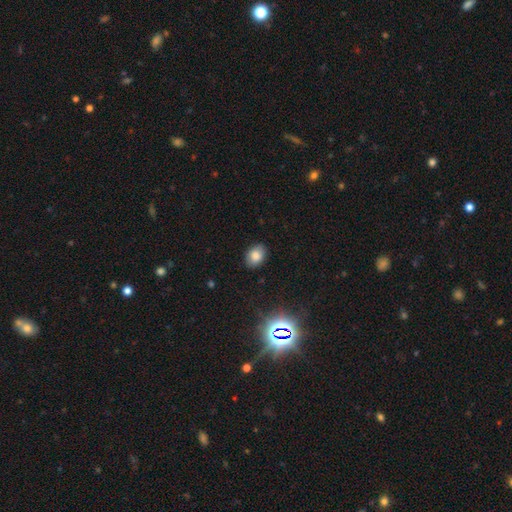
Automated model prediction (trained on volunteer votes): The model was most divided on "how rounded": in between: 77%, round: 22%, cigar-shaped: 1%. More confident: merging — none (86%); smooth or featured — smooth (82%).